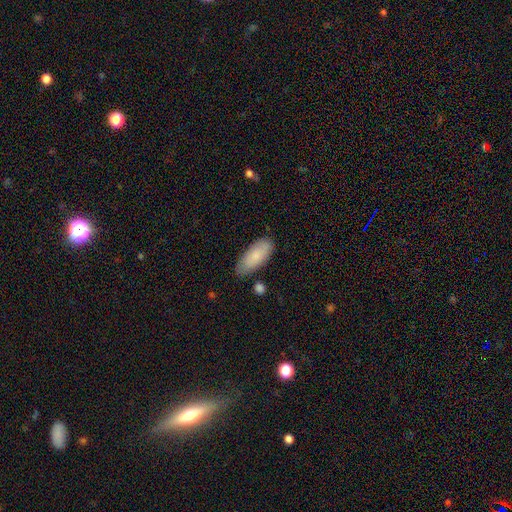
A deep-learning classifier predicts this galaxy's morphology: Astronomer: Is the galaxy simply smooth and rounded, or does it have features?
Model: smooth — 83%.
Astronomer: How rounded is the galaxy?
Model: in between — 83%.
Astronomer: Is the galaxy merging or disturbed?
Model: none — 79%.